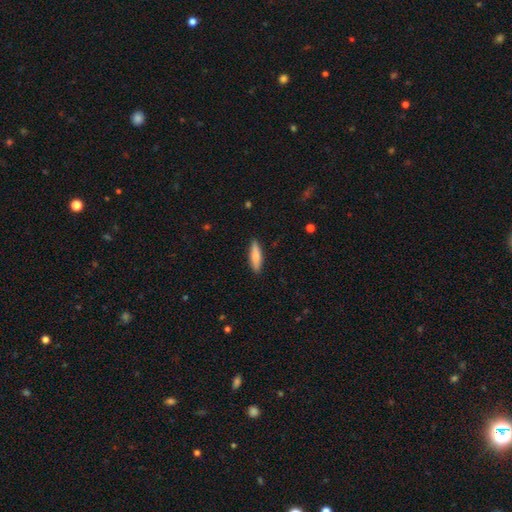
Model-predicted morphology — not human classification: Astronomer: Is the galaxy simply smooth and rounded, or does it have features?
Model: smooth — 80%.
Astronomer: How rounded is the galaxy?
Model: cigar-shaped — 67%.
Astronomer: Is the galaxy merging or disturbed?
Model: none — 88%.